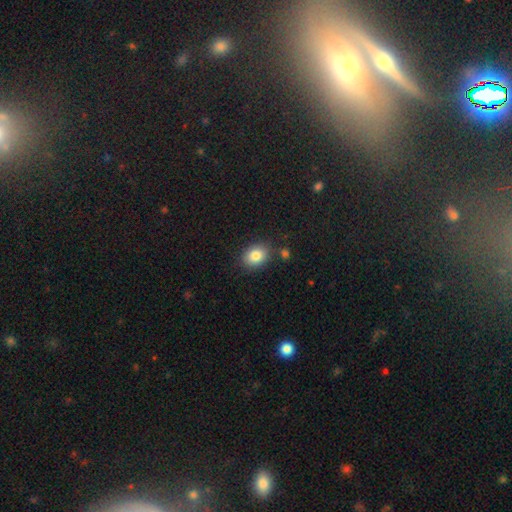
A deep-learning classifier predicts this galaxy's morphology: This is clearly a smooth galaxy (84%). How rounded: likely in between (62%). Merging: clearly none (81%).